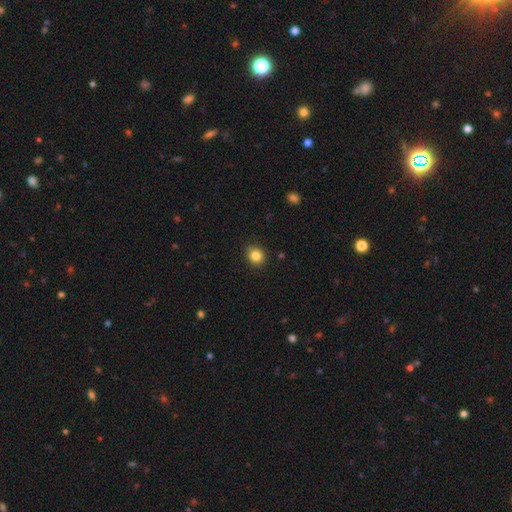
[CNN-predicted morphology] smooth 84%, star or artifact 11%, featured or disk 5%. Down the decision tree: how rounded — round (77%); merging — none (85%).